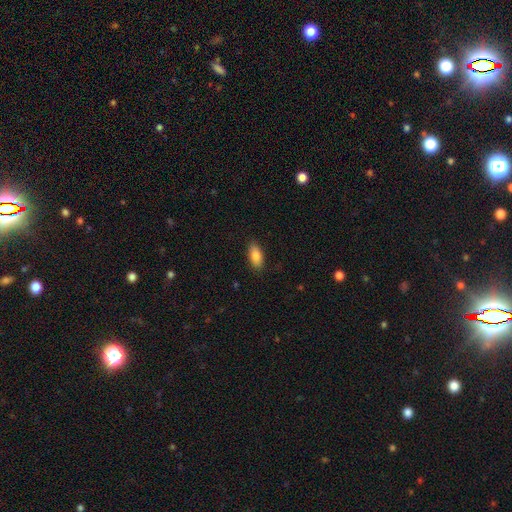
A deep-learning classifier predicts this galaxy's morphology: smooth 85%, featured or disk 8%, star or artifact 7%. Down the decision tree: how rounded — in between (87%); merging — none (87%).